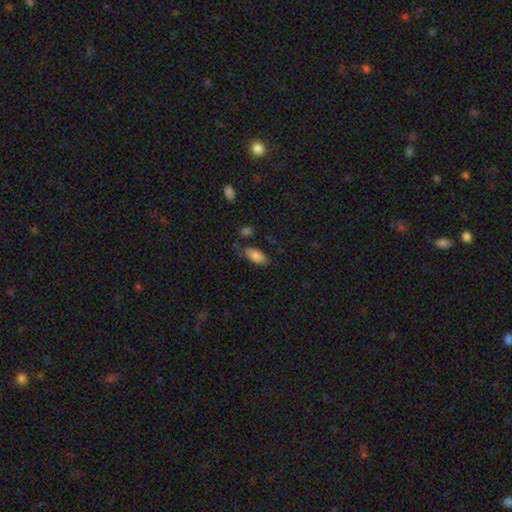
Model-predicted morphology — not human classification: smooth 83%, featured or disk 9%, star or artifact 7%. Down the decision tree: how rounded — in between (91%); merging — none (60%).